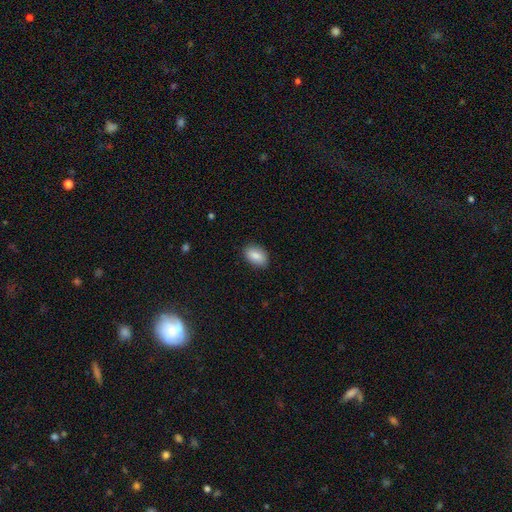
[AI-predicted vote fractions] Smooth or featured?
  - smooth: 86% *
  - star or artifact: 7%
  - featured or disk: 7%
How rounded?
  - in between: 90% *
  - round: 8%
  - cigar-shaped: 2%
Merging?
  - none: 84% *
  - minor disturbance: 12%
  - major disturbance: 2%
  - merger: 1%